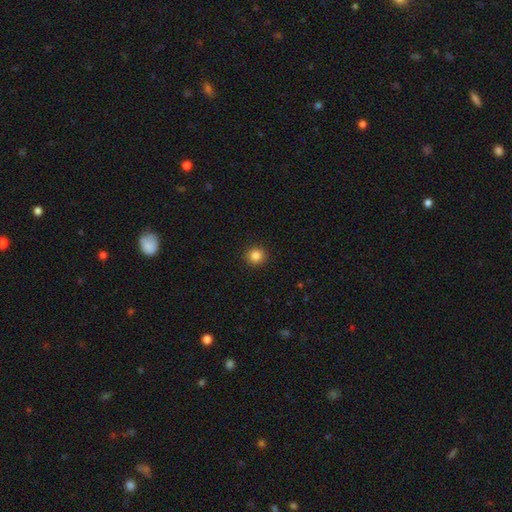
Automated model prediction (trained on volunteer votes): Smooth or featured? smooth (85%)
How rounded? round (94%)
Merging? none (92%)